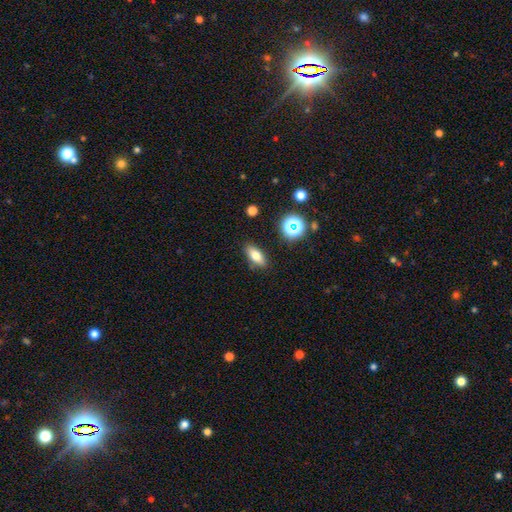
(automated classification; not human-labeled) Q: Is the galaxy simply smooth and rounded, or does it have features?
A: smooth — 73%.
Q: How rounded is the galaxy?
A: in between — 75%.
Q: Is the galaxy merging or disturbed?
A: none — 86%.